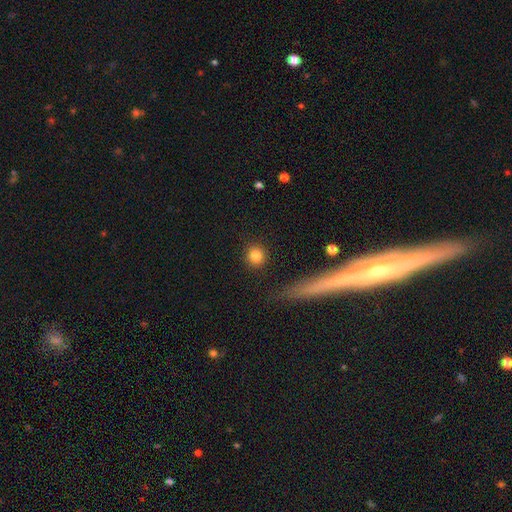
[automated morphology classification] smooth-or-featured: smooth: 83% | star or artifact: 10% | featured or disk: 6%
  how-rounded: round: 93% | in between: 5% | cigar-shaped: 1%
  merging: none: 90% | minor disturbance: 6% | major disturbance: 2% | merger: 2%